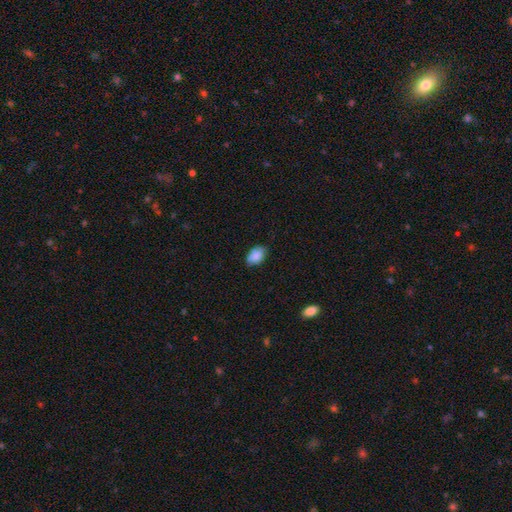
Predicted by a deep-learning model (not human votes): Smooth or featured: smooth — 83% (featured or disk — 9%)
How rounded: in between — 89% (round — 10%)
Merging: none — 75% (minor disturbance — 21%)